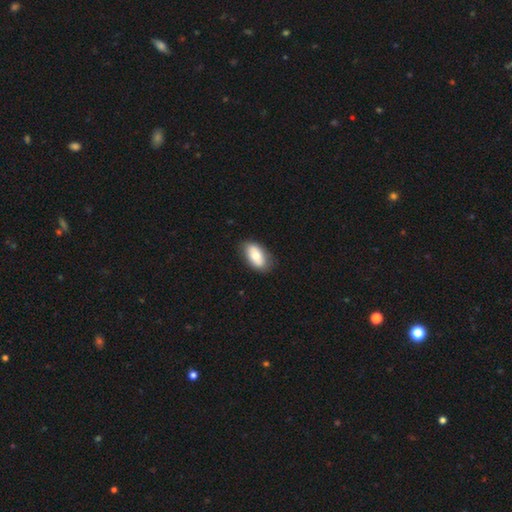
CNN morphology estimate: Q: Smooth or featured?
A: smooth (72%); runner-up: featured or disk (22%)
Q: How rounded?
A: in between (93%); runner-up: round (4%)
Q: Merging?
A: none (80%); runner-up: minor disturbance (15%)